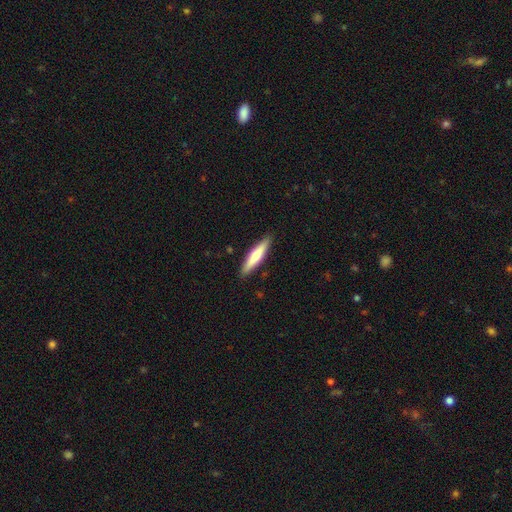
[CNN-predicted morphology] smooth_or_featured: smooth (p=0.56) [alt: featured or disk p=0.39]
how_rounded: cigar-shaped (p=0.84) [alt: in between p=0.14]
merging: none (p=0.90) [alt: minor disturbance p=0.07]